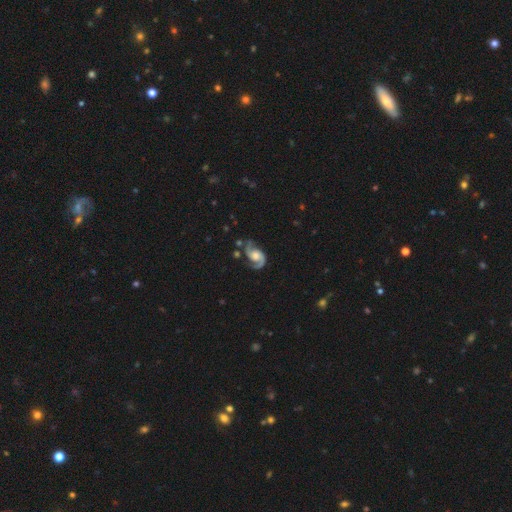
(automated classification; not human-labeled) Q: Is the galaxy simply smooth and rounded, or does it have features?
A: featured or disk — 91%.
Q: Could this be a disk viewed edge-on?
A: no — 98%.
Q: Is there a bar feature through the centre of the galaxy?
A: no — 61%.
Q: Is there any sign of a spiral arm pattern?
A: yes — 98%.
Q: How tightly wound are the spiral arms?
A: medium — 56%.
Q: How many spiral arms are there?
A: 2 — 92%.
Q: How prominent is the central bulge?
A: moderate — 49%.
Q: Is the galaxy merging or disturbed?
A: none — 69%.